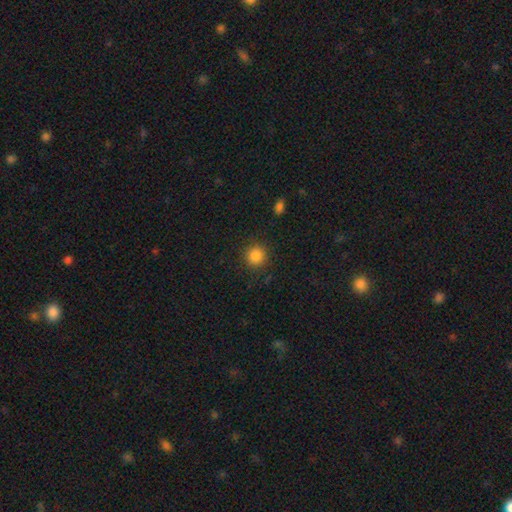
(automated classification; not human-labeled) smooth 85%, star or artifact 11%, featured or disk 4%. Down the decision tree: how rounded — round (93%); merging — none (89%).